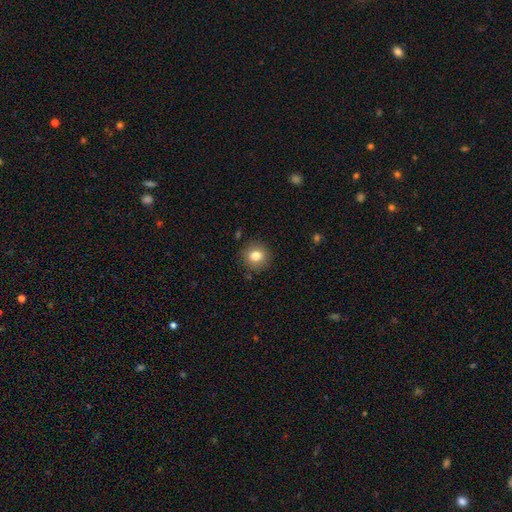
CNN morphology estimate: Smooth or featured? Predicted: smooth (p=0.81). How rounded? Predicted: round (p=0.91). Merging? Predicted: none (p=0.88).